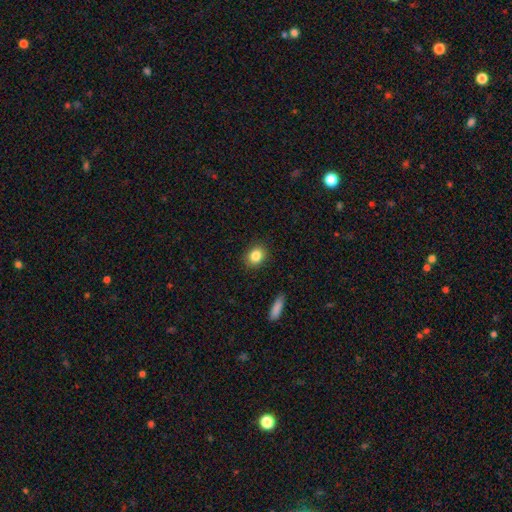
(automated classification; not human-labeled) Smooth or featured: smooth — 84% (star or artifact — 9%)
How rounded: round — 61% (in between — 38%)
Merging: none — 88% (minor disturbance — 8%)